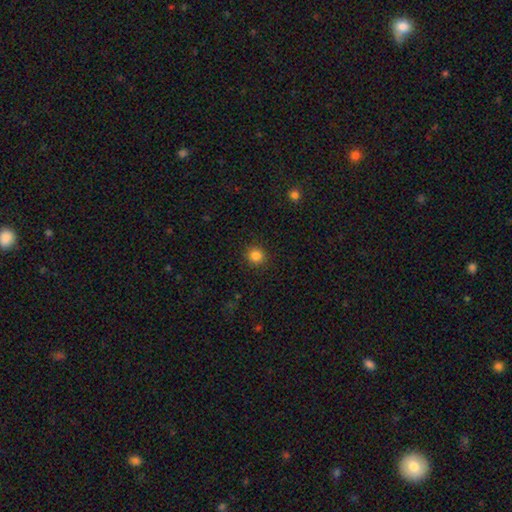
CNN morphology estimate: Overall: smooth (84%). How rounded: round (94%). Merging: none (92%).